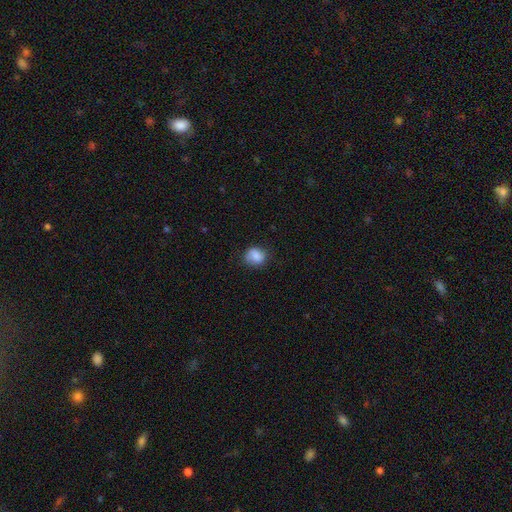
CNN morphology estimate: Smooth or featured? Predicted: smooth (p=0.81). How rounded? Predicted: round (p=0.64). Merging? Predicted: none (p=0.68).